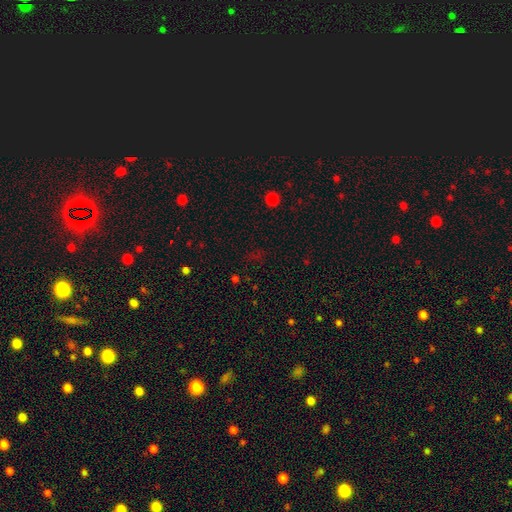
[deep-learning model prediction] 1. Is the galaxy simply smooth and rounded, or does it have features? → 59% star or artifact, 34% smooth, 7% featured or disk.